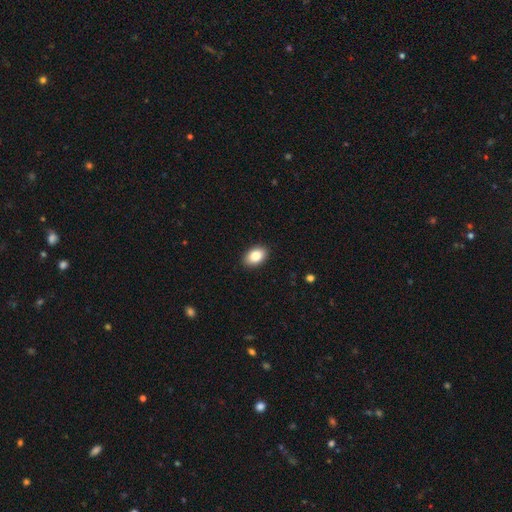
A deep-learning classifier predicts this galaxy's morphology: Overall: smooth (85%). How rounded: in between (86%). Merging: none (90%).